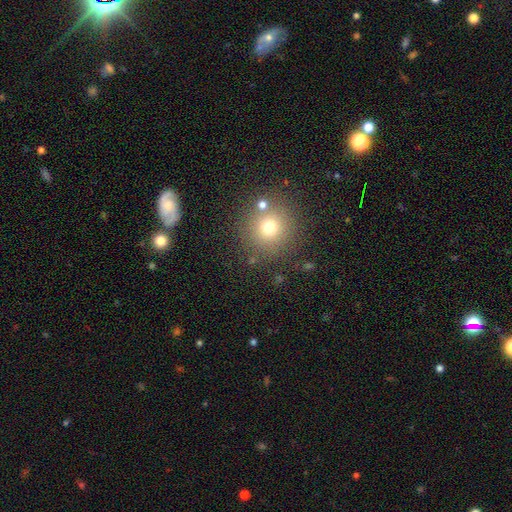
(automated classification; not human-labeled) Morphology: type=smooth (61%); roundness=round (92%); merging=none (83%).